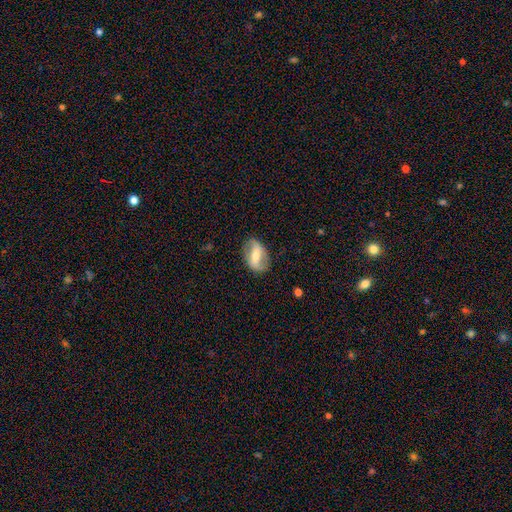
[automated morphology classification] A featured or disk galaxy (63%) with a strong bar (55%), spiral arms (64%) and a moderate central bulge (58%). Merging: none (80%).